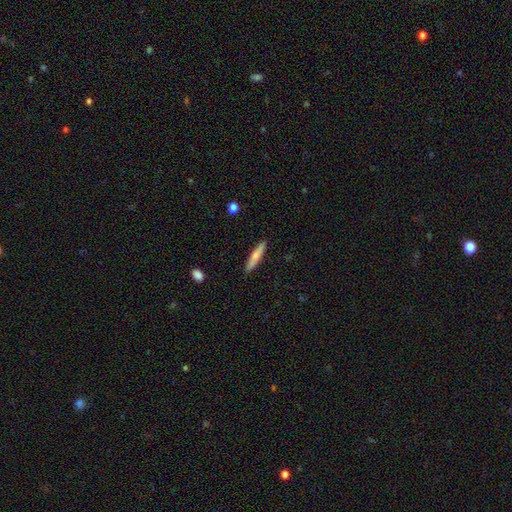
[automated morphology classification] The model was most divided on "smooth or featured": smooth: 65%, featured or disk: 29%, star or artifact: 6%. More confident: merging — none (90%); how rounded — cigar-shaped (89%).